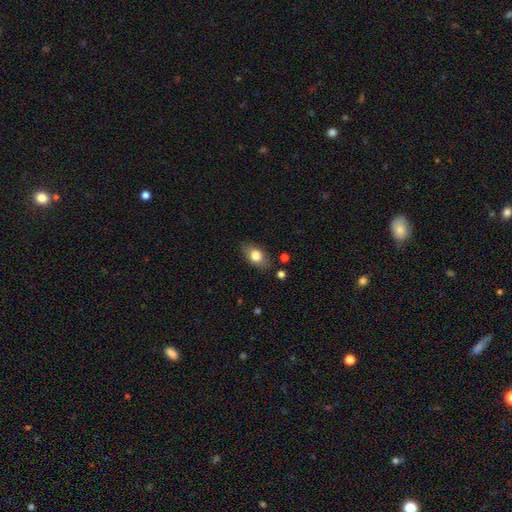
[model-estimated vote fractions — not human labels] smooth-or-featured: smooth: 77% | featured or disk: 15% | star or artifact: 8%
  how-rounded: in between: 83% | round: 14% | cigar-shaped: 3%
  merging: none: 81% | minor disturbance: 14% | major disturbance: 3% | merger: 2%